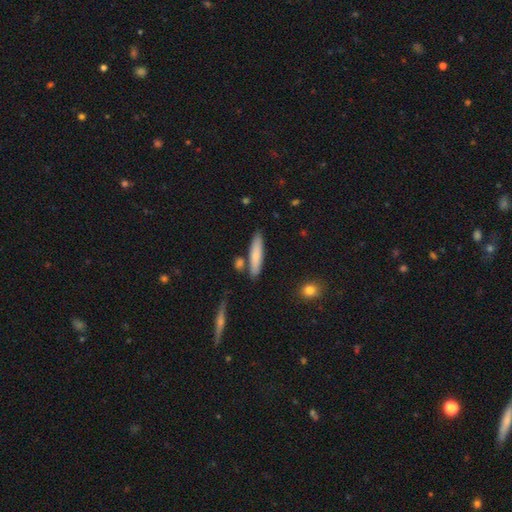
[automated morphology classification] The model was most divided on "smooth or featured": smooth: 76%, featured or disk: 17%, star or artifact: 6%. More confident: how rounded — cigar-shaped (79%); merging — none (78%).